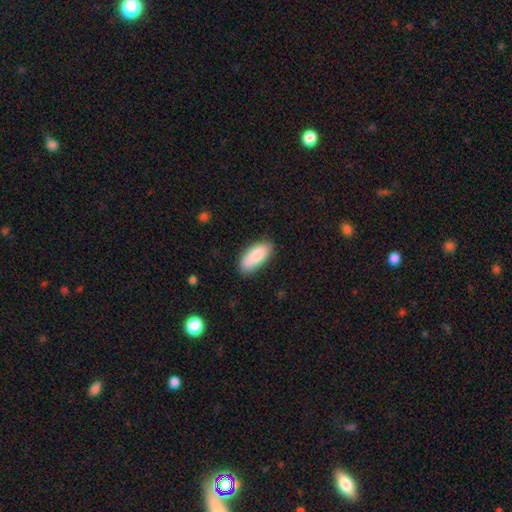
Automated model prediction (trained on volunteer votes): smooth-or-featured: smooth: 85% | featured or disk: 9% | star or artifact: 6%
  how-rounded: in between: 86% | cigar-shaped: 12% | round: 2%
  merging: none: 81% | minor disturbance: 14% | major disturbance: 3% | merger: 2%